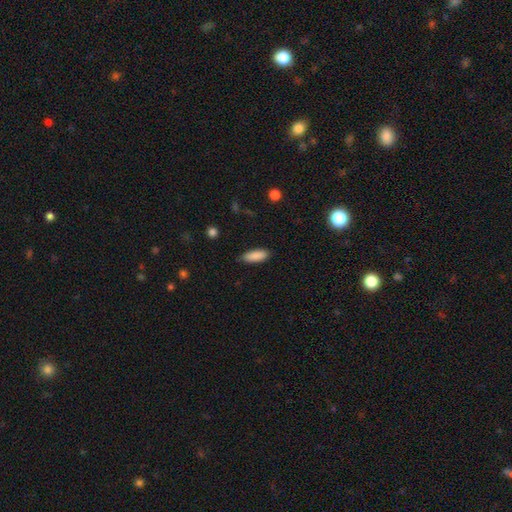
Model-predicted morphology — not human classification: Smooth or featured?
  - smooth: 89% *
  - star or artifact: 6%
  - featured or disk: 5%
How rounded?
  - in between: 67% *
  - cigar-shaped: 32%
  - round: 2%
Merging?
  - none: 84% *
  - minor disturbance: 12%
  - major disturbance: 2%
  - merger: 1%